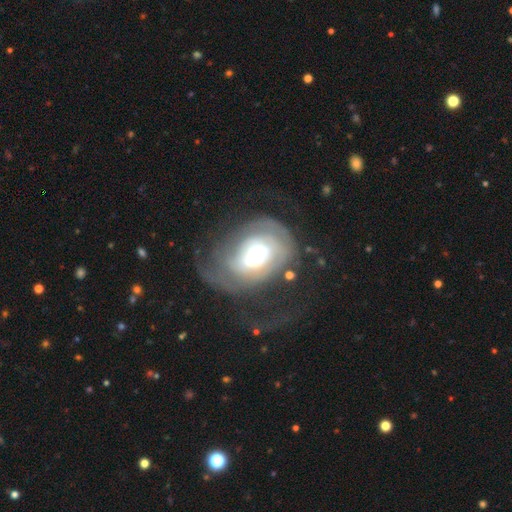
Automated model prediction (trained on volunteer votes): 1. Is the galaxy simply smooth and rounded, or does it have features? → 71% featured or disk, 21% smooth, 7% star or artifact.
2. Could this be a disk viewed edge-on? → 97% no, 3% yes.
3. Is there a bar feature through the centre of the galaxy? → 59% no, 31% weak, 10% strong.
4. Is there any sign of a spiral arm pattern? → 76% yes, 24% no.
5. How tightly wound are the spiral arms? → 49% tight, 31% medium, 19% loose.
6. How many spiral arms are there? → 40% can't tell, 33% 2, 12% 1, 8% 3, 4% 4, 3% more than 4.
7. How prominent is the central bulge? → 59% moderate, 27% large, 10% small, 3% dominant, 1% none.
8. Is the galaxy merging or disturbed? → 42% major disturbance, 35% none, 20% minor disturbance, 3% merger.